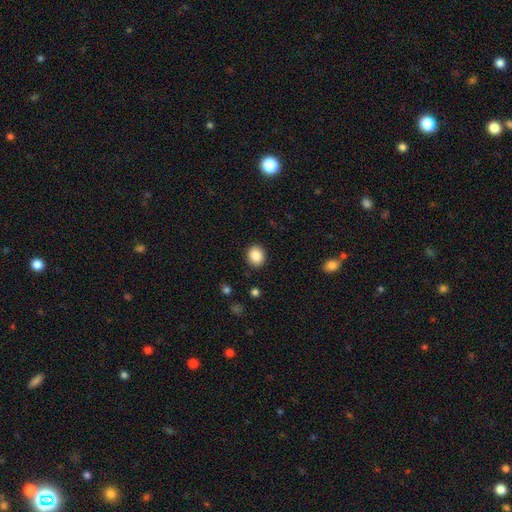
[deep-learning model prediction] smooth_or_featured: smooth (p=0.87) [alt: star or artifact p=0.09]
how_rounded: round (p=0.71) [alt: in between p=0.28]
merging: none (p=0.91) [alt: minor disturbance p=0.06]